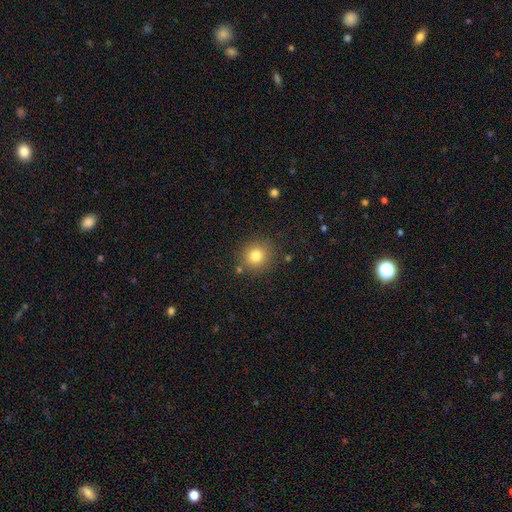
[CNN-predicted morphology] Smooth or featured? Predicted: smooth (p=0.80). How rounded? Predicted: round (p=0.89). Merging? Predicted: none (p=0.84).